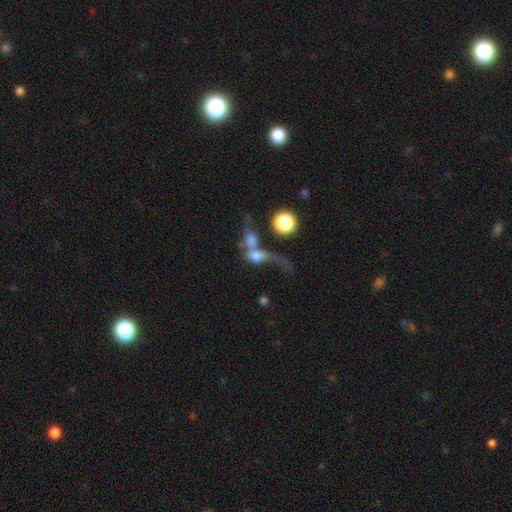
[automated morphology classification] Smooth or featured? smooth (54%)
How rounded? in between (53%)
Merging? merger (59%)